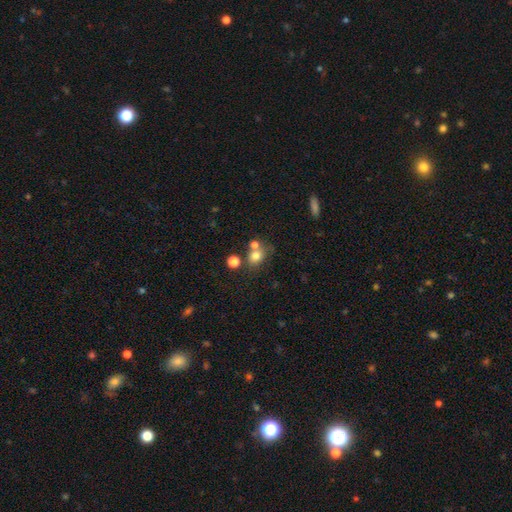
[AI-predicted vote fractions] smooth-or-featured: smooth: 75% | star or artifact: 14% | featured or disk: 11%
  how-rounded: round: 64% | in between: 35% | cigar-shaped: 1%
  merging: none: 51% | merger: 32% | minor disturbance: 12% | major disturbance: 5%